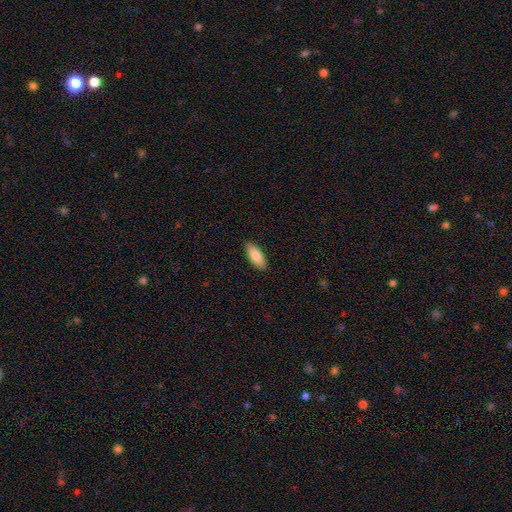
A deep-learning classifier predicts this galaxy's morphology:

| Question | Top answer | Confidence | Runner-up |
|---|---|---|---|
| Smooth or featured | smooth | 80% | featured or disk (14%) |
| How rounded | in between | 76% | cigar-shaped (22%) |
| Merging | none | 88% | minor disturbance (10%) |